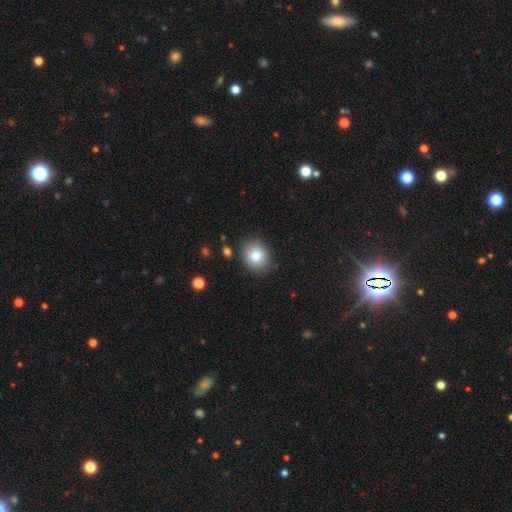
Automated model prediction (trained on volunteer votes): Smooth or featured? Predicted: smooth (p=0.81). How rounded? Predicted: round (p=0.67). Merging? Predicted: none (p=0.86).